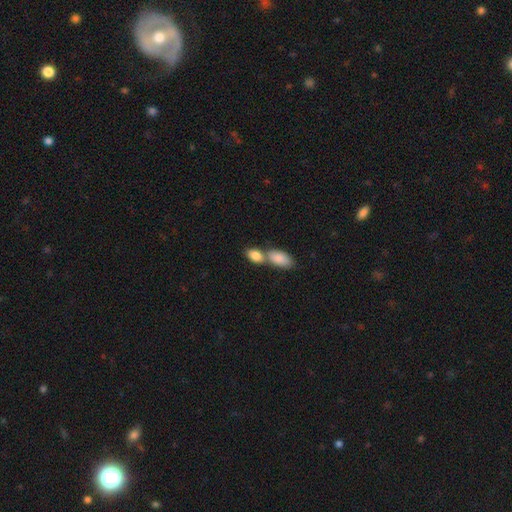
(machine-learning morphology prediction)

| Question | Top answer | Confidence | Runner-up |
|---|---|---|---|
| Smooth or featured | smooth | 85% | featured or disk (9%) |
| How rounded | in between | 90% | round (5%) |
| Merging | merger | 59% | none (30%) |